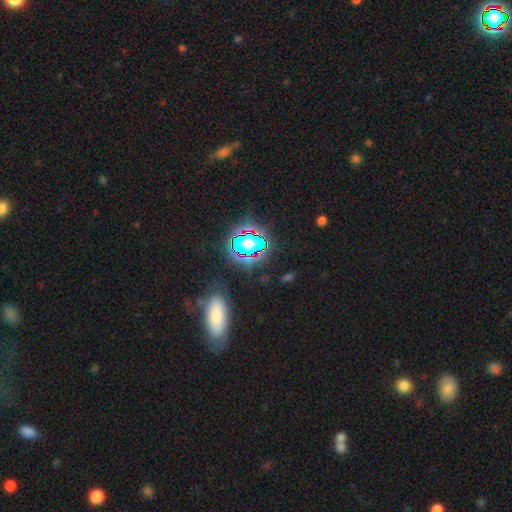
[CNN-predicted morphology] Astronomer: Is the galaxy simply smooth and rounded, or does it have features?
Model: star or artifact — 59%.